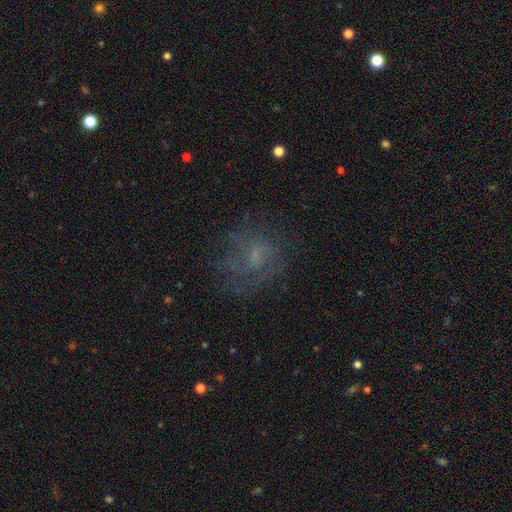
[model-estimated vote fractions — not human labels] This is possibly a featured or disk galaxy (47%). Merging: likely none (63%).